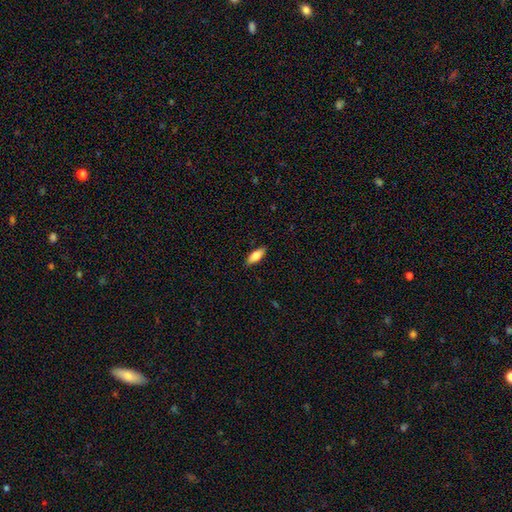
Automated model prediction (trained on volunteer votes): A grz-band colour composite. It shows a smooth galaxy with no disk features (78%) that is in between round and cigar-shaped (72%). Merging: none (89%).